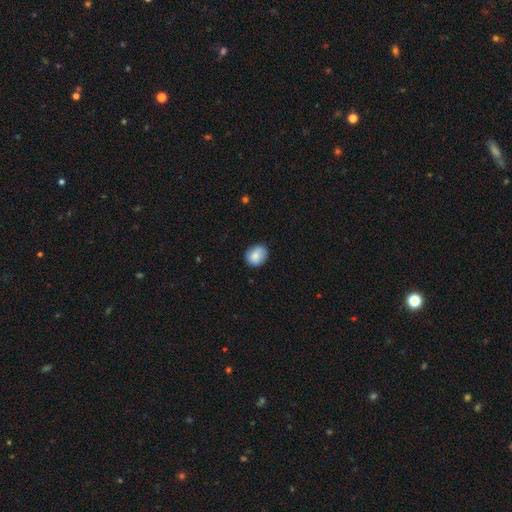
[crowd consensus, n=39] Smooth or featured: smooth — 85% (featured or disk — 8%)
How rounded: round — 58% (in between — 42%)
Merging: none — 69% (minor disturbance — 31%)